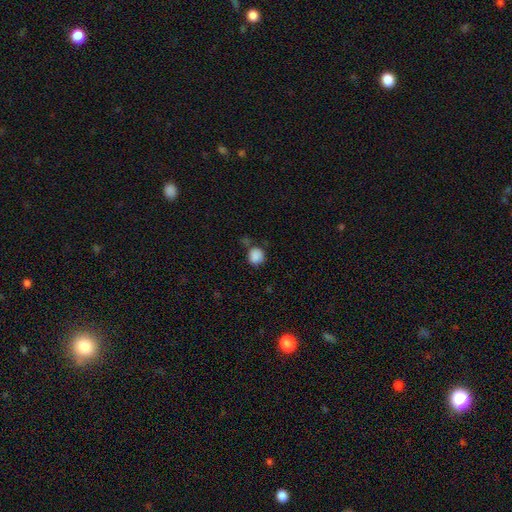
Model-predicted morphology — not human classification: type=smooth (88%); roundness=round (82%); merging=none (68%).